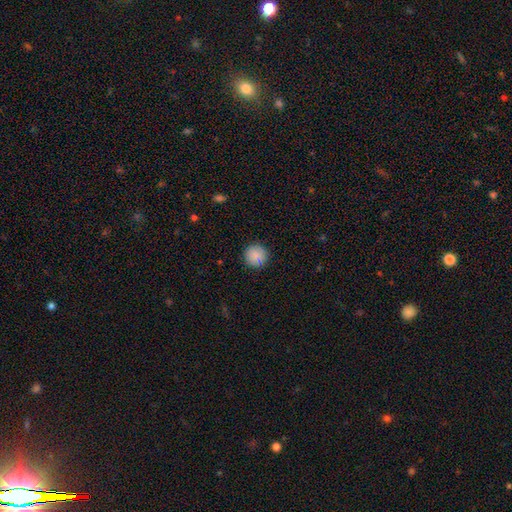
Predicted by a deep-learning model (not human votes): Overall: smooth (85%). How rounded: round (93%). Merging: none (88%).